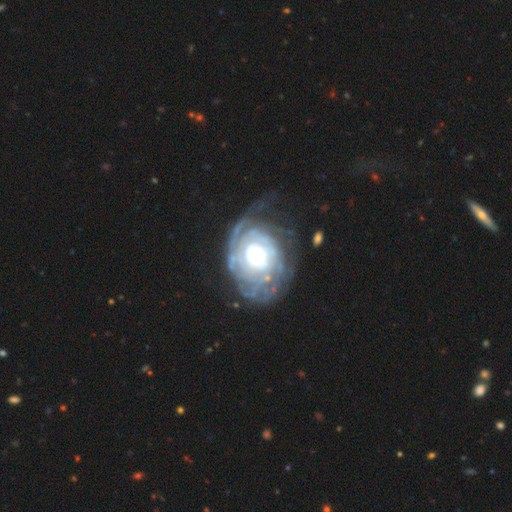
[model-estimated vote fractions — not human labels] smooth-or-featured: featured or disk: 84% | smooth: 10% | star or artifact: 6%
  disk-edge-on: no: 97% | yes: 3%
    bar: no: 73% | weak: 21% | strong: 6%
    has-spiral-arms: yes: 89% | no: 11%
      spiral-winding: tight: 73% | medium: 19% | loose: 8%
      spiral-arm-count: can't tell: 49% | 2: 16% | 3: 10% | more than 4: 9% | 4: 9% | 1: 7%
    bulge-size: moderate: 51% | small: 25% | large: 20% | dominant: 2% | none: 2%
  merging: none: 55% | major disturbance: 22% | minor disturbance: 21% | merger: 3%